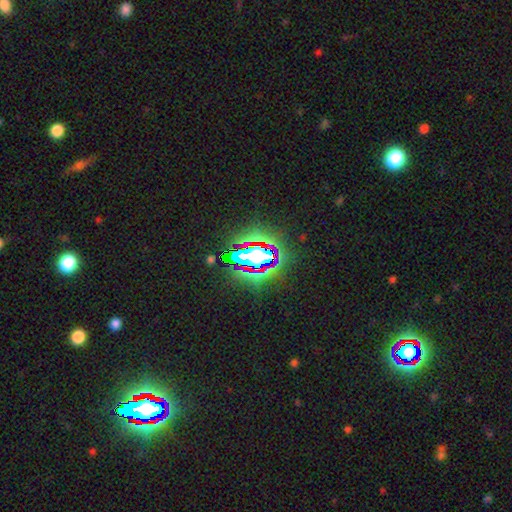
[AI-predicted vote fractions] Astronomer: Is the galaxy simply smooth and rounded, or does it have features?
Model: star or artifact — 65%.